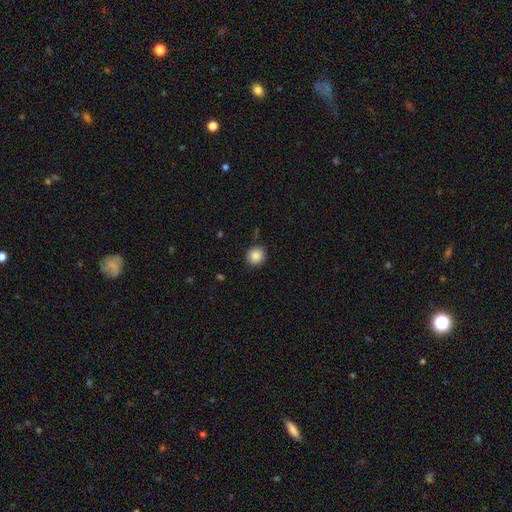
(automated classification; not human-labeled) smooth-or-featured: smooth: 88% | star or artifact: 9% | featured or disk: 3%
  how-rounded: round: 89% | in between: 10% | cigar-shaped: 1%
  merging: none: 88% | minor disturbance: 8% | major disturbance: 2% | merger: 2%